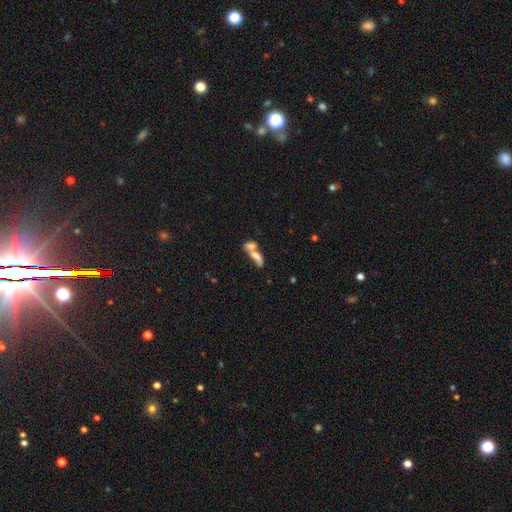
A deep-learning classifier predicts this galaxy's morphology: This is possibly a smooth galaxy (59%). How rounded: possibly in between (59%). Merging: likely merger (65%).